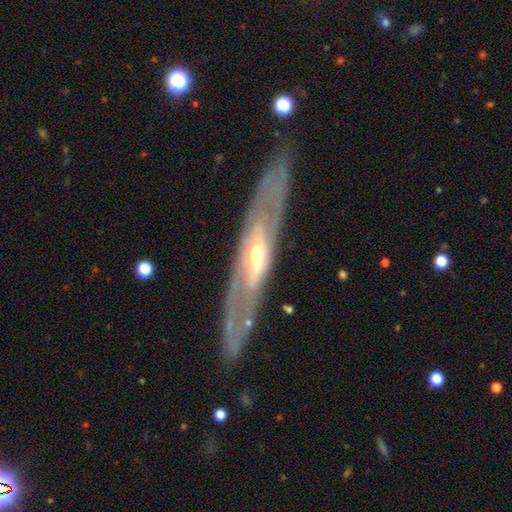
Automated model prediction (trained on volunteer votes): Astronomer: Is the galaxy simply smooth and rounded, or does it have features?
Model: featured or disk — 80%.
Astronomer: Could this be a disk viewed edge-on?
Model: no — 54% (runner-up: yes, 46%).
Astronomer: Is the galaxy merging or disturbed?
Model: none — 79%.